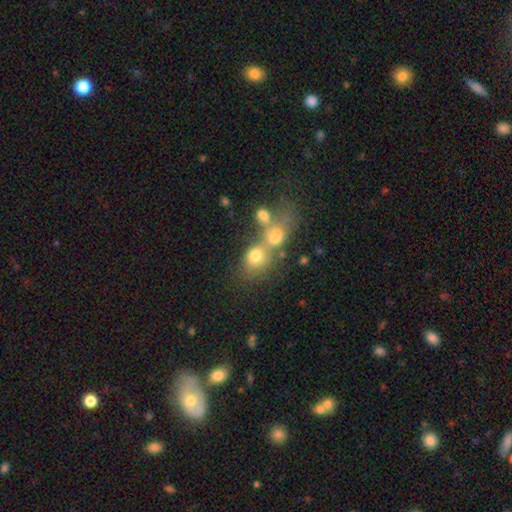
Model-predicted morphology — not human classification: Overall: smooth (65%). How rounded: round (63%; in between 35%). Merging: merger (58%; none 28%).